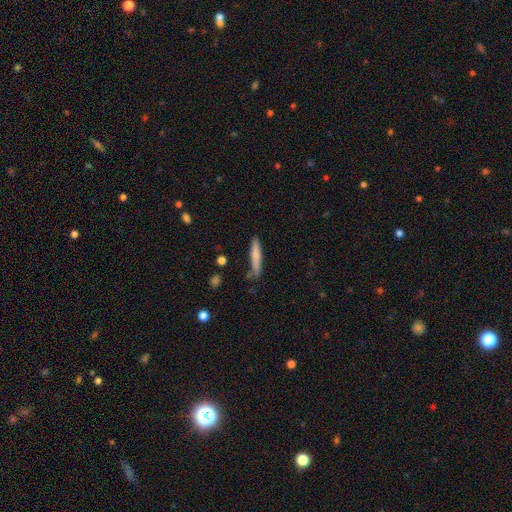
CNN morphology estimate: smooth_or_featured: smooth (p=0.73) [alt: featured or disk p=0.21]
how_rounded: cigar-shaped (p=0.91) [alt: in between p=0.08]
merging: none (p=0.79) [alt: minor disturbance p=0.15]